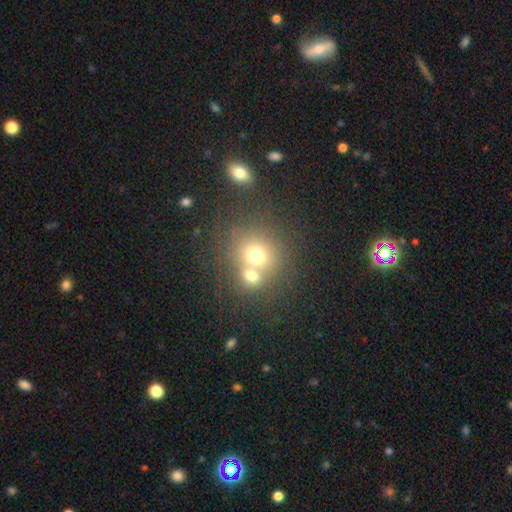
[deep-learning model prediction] Smooth or featured: smooth — 66% (featured or disk — 18%)
How rounded: round — 81% (in between — 18%)
Merging: merger — 54% (none — 36%)